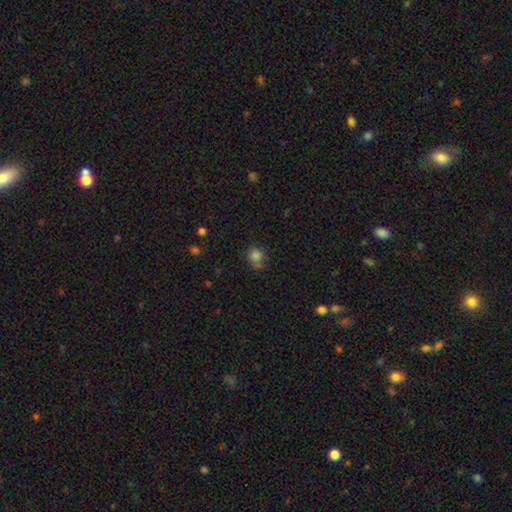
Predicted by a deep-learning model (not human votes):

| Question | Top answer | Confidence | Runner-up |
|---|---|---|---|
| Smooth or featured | smooth | 81% | star or artifact (12%) |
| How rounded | round | 77% | in between (22%) |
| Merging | none | 57% | minor disturbance (26%) |